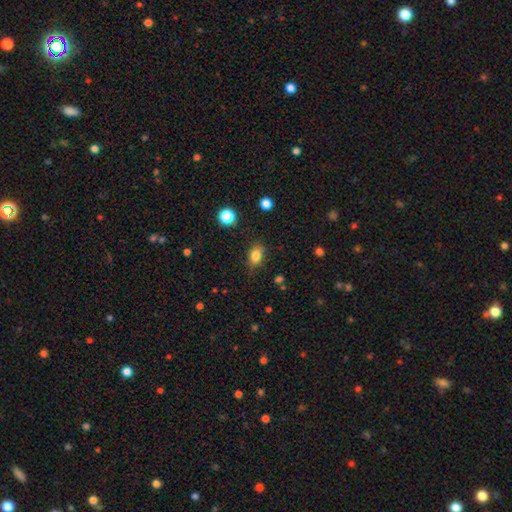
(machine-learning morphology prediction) smooth-or-featured: smooth: 83% | star or artifact: 11% | featured or disk: 7%
  how-rounded: in between: 75% | round: 23% | cigar-shaped: 2%
  merging: none: 78% | minor disturbance: 16% | major disturbance: 4% | merger: 2%